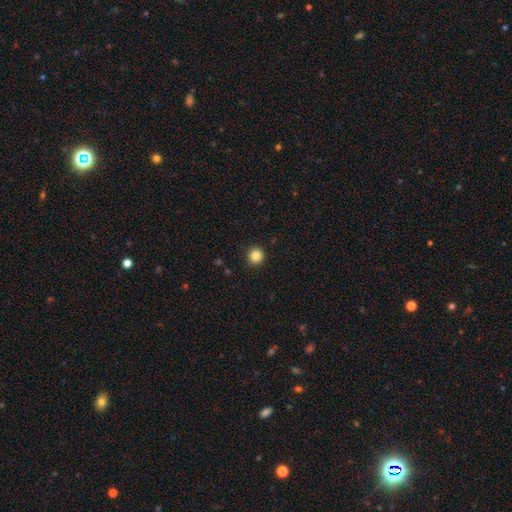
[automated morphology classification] The model was most divided on "smooth or featured": smooth: 85%, star or artifact: 11%, featured or disk: 4%. More confident: how rounded — round (94%); merging — none (92%).